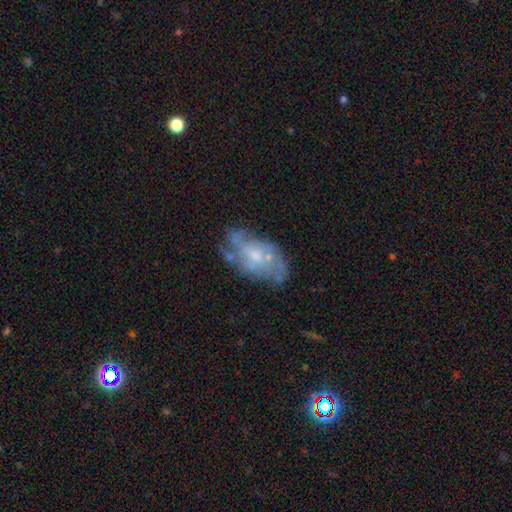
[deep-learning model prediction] Smooth or featured? Predicted: featured or disk (p=0.66). Edge-on disk? Predicted: no (p=0.94). Bar? Predicted: no (p=0.75). Spiral arms? Predicted: yes (p=0.61). Bulge size? Predicted: small (p=0.45). Merging? Predicted: none (p=0.56).